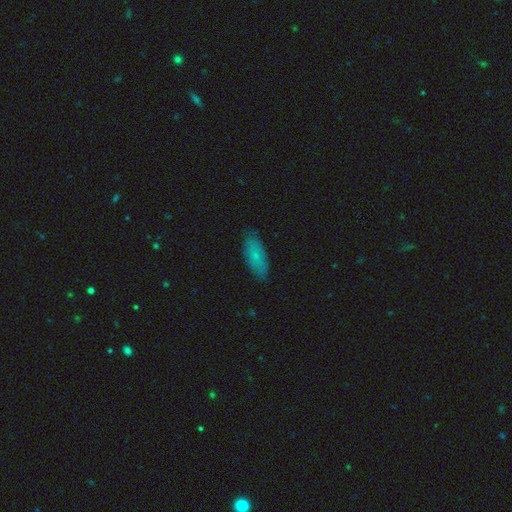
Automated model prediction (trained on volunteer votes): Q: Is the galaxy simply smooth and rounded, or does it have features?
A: smooth — 69%.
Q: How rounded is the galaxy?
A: in between — 76%.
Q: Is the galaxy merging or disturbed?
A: none — 81%.